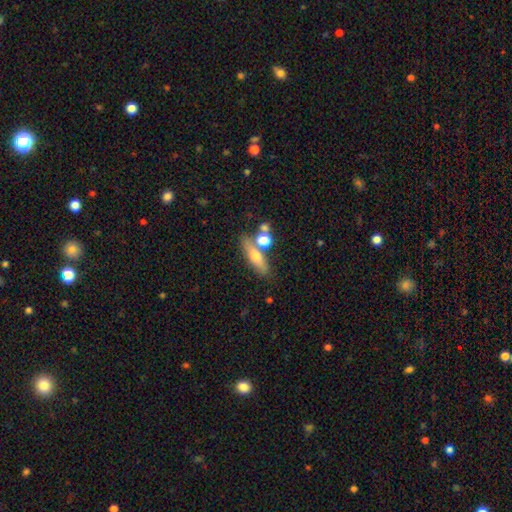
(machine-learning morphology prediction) type=smooth (59%); roundness=cigar-shaped (49%); merging=none (64%).